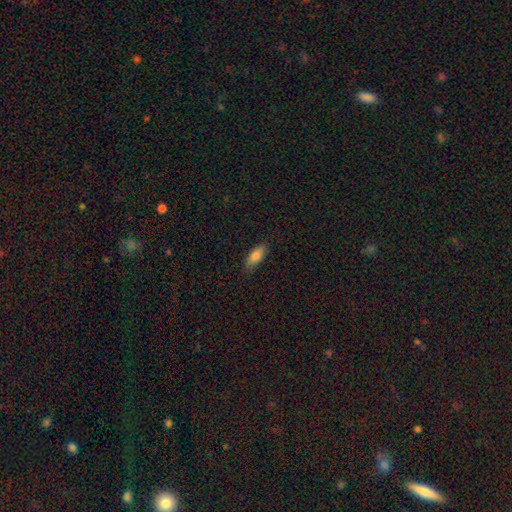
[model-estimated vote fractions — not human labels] This appears to be a smooth galaxy with no disk features (81%) that is in between round and cigar-shaped (75%). Merging: none (81%).